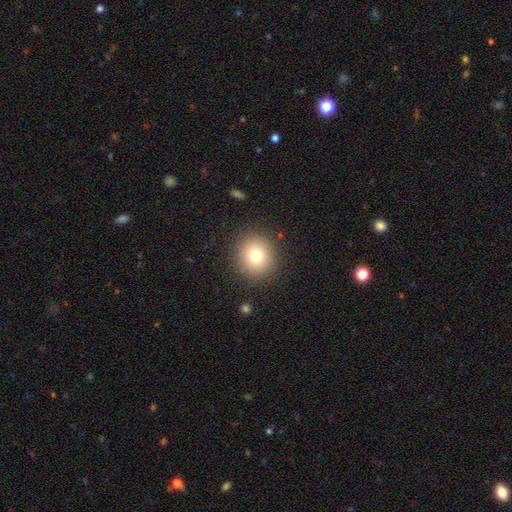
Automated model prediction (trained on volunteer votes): A smooth galaxy with no disk features (77%) that is round (86%).

Vote fractions:
- Smooth or featured? smooth: 77% / star or artifact: 12% / featured or disk: 11%
- How rounded? round: 86% / in between: 13% / cigar-shaped: 1%
- Merging? none: 88% / minor disturbance: 7% / major disturbance: 3% / merger: 1%